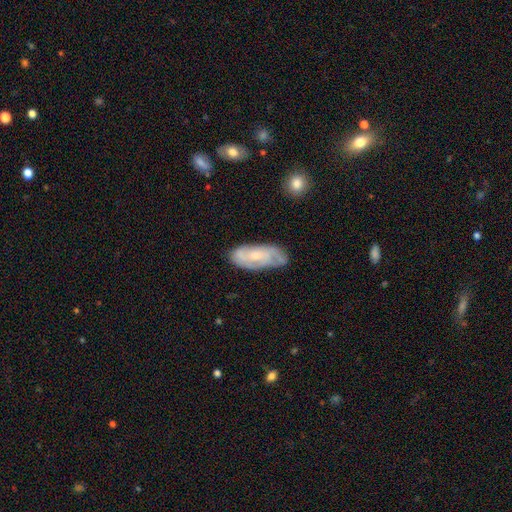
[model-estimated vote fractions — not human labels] A featured or disk galaxy (61%) with no bar (70%), spiral arms (81%) and a small central bulge (58%).

Vote fractions:
- Smooth or featured? featured or disk: 61% / smooth: 33% / star or artifact: 7%
- Edge-on disk? no: 90% / yes: 10%
- Bar? no: 70% / weak: 26% / strong: 5%
- Spiral arms? yes: 81% / no: 19%
- Bulge size? small: 58% / moderate: 34% / none: 5% / large: 2% / dominant: 1%
- Merging? none: 69% / minor disturbance: 24% / major disturbance: 6% / merger: 2%